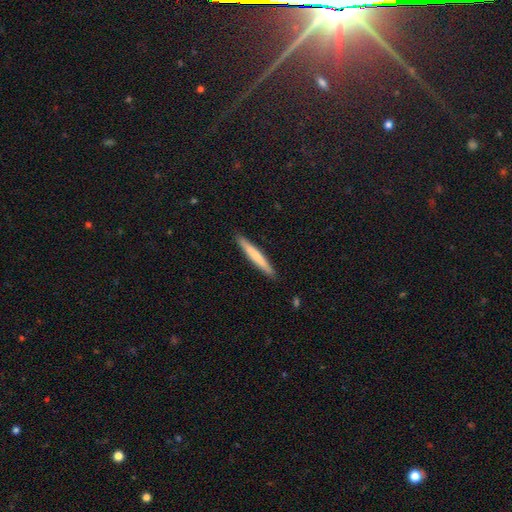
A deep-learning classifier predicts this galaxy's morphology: Smooth or featured: smooth — 67% (featured or disk — 28%)
How rounded: cigar-shaped — 96% (in between — 3%)
Merging: none — 91% (minor disturbance — 6%)